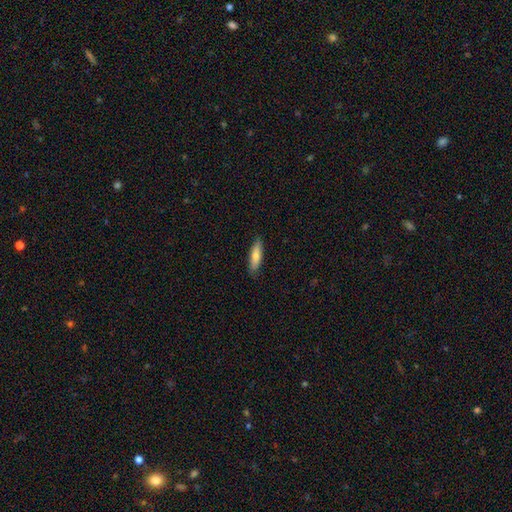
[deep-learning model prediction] Smooth or featured?
  - smooth: 74% *
  - featured or disk: 20%
  - star or artifact: 6%
How rounded?
  - cigar-shaped: 65% *
  - in between: 33%
  - round: 2%
Merging?
  - none: 86% *
  - minor disturbance: 11%
  - major disturbance: 2%
  - merger: 1%